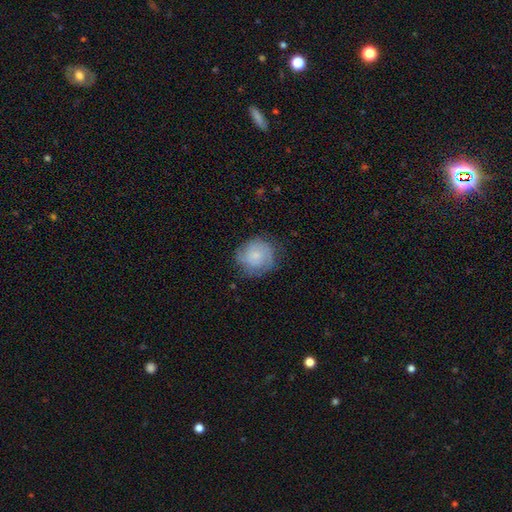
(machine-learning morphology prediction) Smooth or featured?
  - smooth: 52% *
  - featured or disk: 40%
  - star or artifact: 8%
How rounded?
  - round: 87% *
  - in between: 12%
  - cigar-shaped: 1%
Merging?
  - none: 71% *
  - minor disturbance: 20%
  - major disturbance: 7%
  - merger: 1%